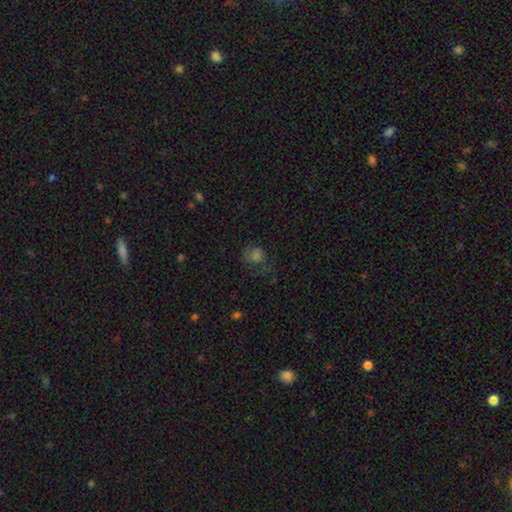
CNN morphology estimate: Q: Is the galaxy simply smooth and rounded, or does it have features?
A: smooth — 54%.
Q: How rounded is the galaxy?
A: round — 68%.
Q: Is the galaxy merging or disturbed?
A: none — 48%.